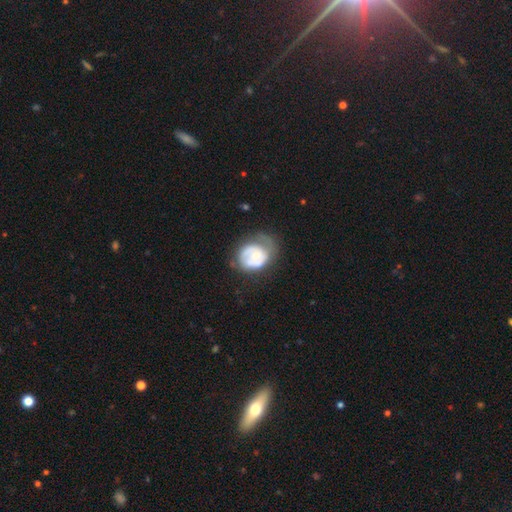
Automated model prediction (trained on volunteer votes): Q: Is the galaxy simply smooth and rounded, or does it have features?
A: featured or disk — 56%.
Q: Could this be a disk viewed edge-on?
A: no — 97%.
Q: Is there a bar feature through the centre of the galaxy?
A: no — 78%.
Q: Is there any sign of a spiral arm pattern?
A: yes — 52%.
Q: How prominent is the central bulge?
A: small — 48%.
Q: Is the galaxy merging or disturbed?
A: none — 35%.